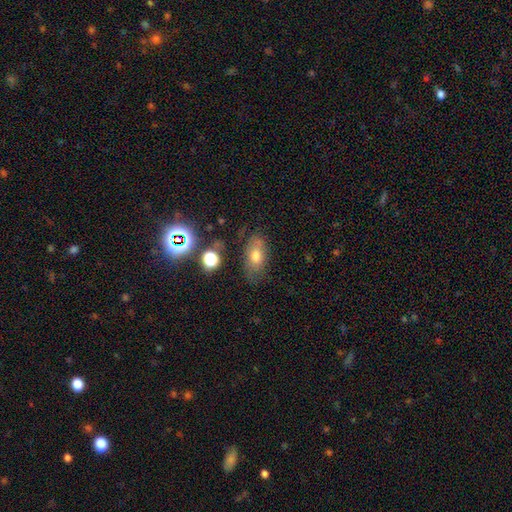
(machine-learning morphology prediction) The model was most divided on "smooth or featured": smooth: 60%, featured or disk: 24%, star or artifact: 16%. More confident: how rounded — in between (85%); merging — none (69%).